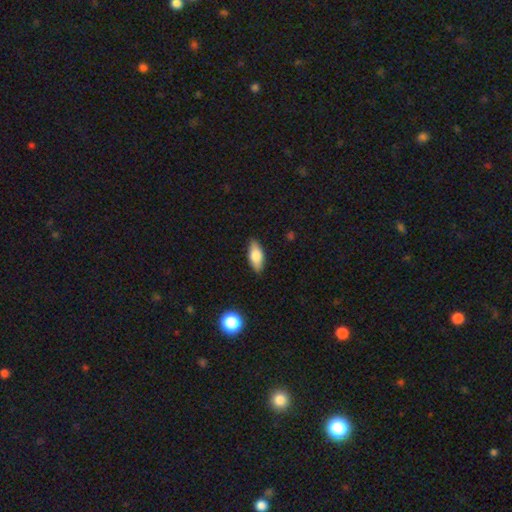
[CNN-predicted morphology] This is likely a smooth galaxy (74%). How rounded: clearly in between (81%). Merging: clearly none (85%).